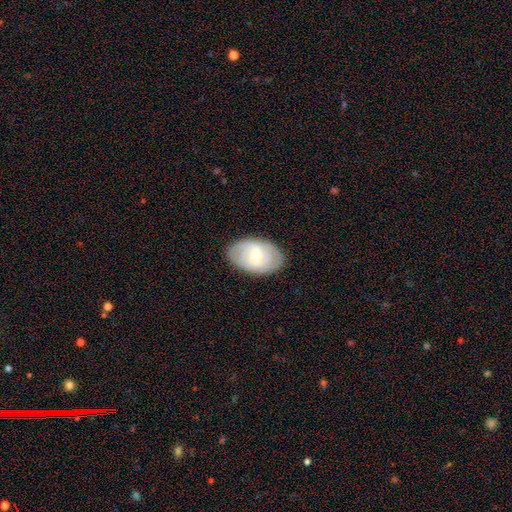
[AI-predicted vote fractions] Q: Smooth or featured?
A: featured or disk (57%); runner-up: smooth (38%)
Q: Edge-on disk?
A: no (92%); runner-up: yes (8%)
Q: Bar?
A: no (50%); runner-up: weak (39%)
Q: Spiral arms?
A: yes (63%); runner-up: no (37%)
Q: Bulge size?
A: moderate (60%); runner-up: small (35%)
Q: Merging?
A: none (84%); runner-up: minor disturbance (12%)